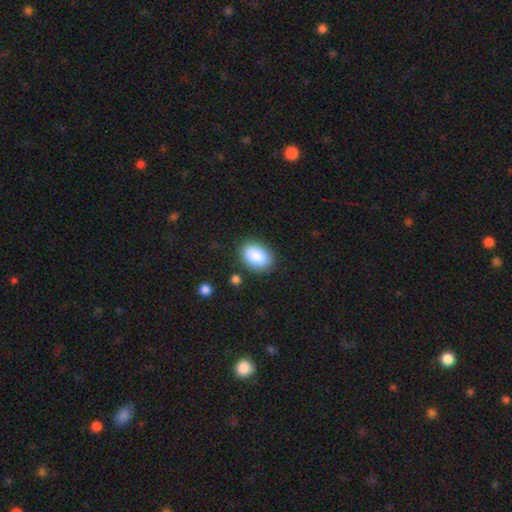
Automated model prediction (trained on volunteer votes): smooth_or_featured: smooth (p=0.88) [alt: star or artifact p=0.07]
how_rounded: in between (p=0.86) [alt: round p=0.13]
merging: none (p=0.84) [alt: minor disturbance p=0.11]